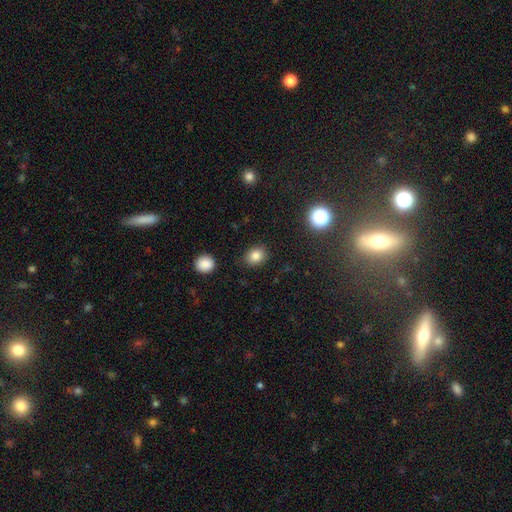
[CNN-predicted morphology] smooth_or_featured: smooth (p=0.82) [alt: star or artifact p=0.12]
how_rounded: round (p=0.50) [alt: in between p=0.49]
merging: none (p=0.86) [alt: minor disturbance p=0.10]